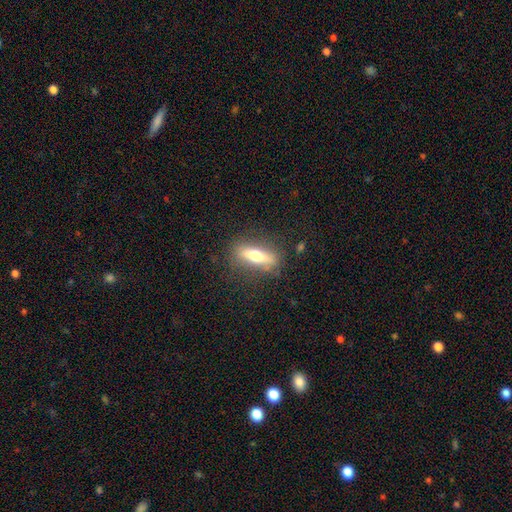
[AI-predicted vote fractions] A smooth galaxy with no disk features (56%) that is cigar-shaped (55%).

Vote fractions:
- Smooth or featured? smooth: 56% / featured or disk: 37% / star or artifact: 7%
- How rounded? cigar-shaped: 55% / in between: 42% / round: 4%
- Merging? none: 83% / minor disturbance: 12% / major disturbance: 4% / merger: 2%